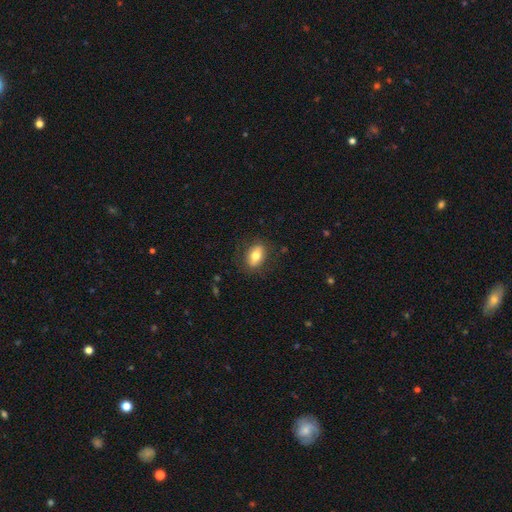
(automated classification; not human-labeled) A smooth galaxy with no disk features (68%) that is in between round and cigar-shaped (83%). Merging: none (82%).